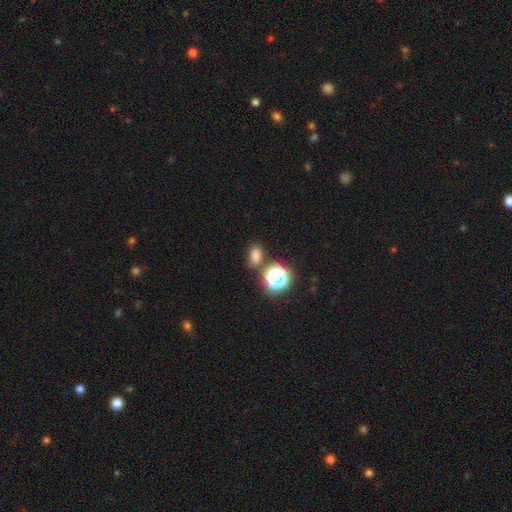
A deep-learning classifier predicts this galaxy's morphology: The model was most divided on "how rounded": in between: 72%, round: 25%, cigar-shaped: 4%. More confident: merging — none (75%); smooth or featured — smooth (72%).